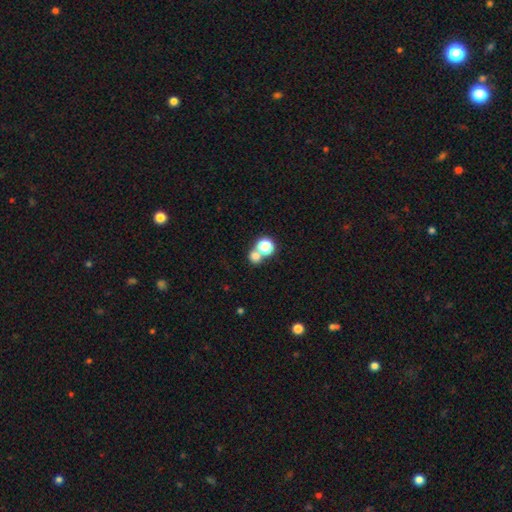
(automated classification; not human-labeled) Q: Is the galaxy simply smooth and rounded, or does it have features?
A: smooth — 73%.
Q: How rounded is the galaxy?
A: round — 80%.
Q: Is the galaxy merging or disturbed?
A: merger — 46%.